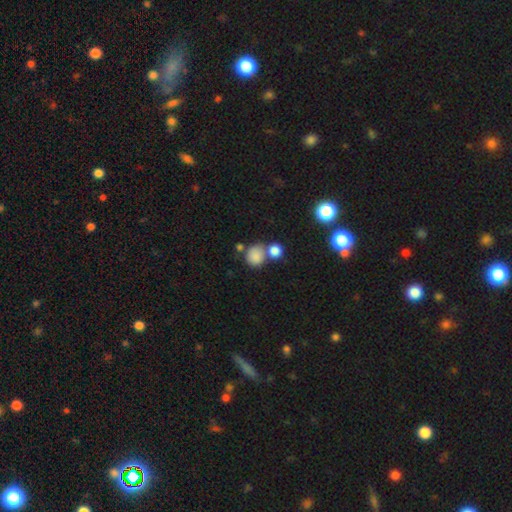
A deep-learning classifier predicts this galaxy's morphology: Smooth or featured? Predicted: smooth (p=0.82). How rounded? Predicted: round (p=0.81). Merging? Predicted: none (p=0.49).